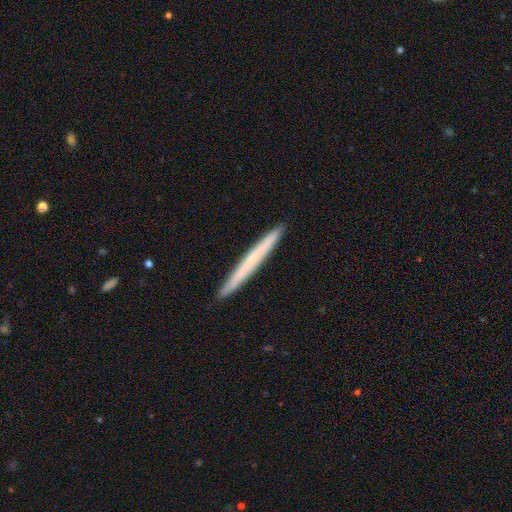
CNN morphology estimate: type=smooth (56%); roundness=cigar-shaped (97%); merging=none (93%).